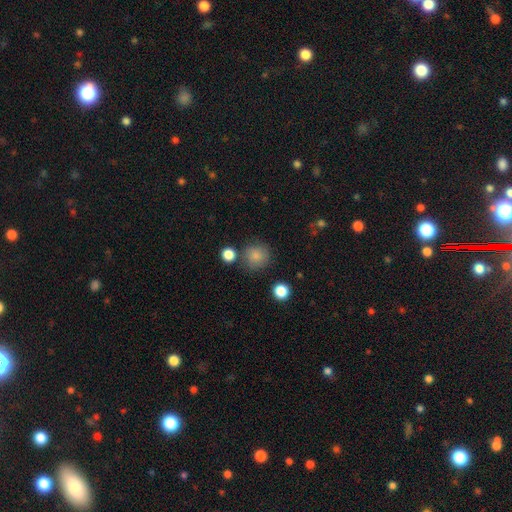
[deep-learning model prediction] The model was most divided on "merging": none: 79%, minor disturbance: 12%, merger: 6%, major disturbance: 4%. More confident: how rounded — round (91%); smooth or featured — smooth (83%).